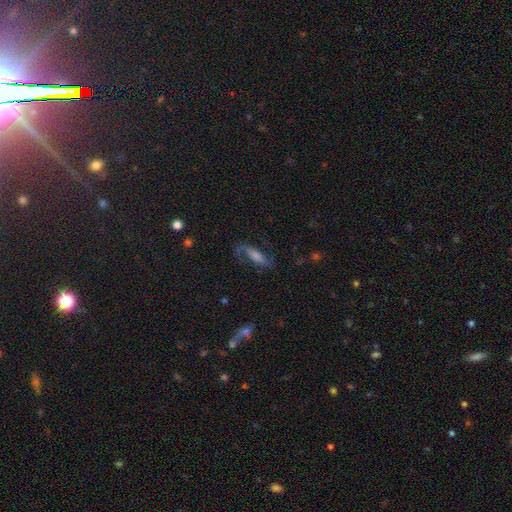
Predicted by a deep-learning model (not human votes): A featured or disk galaxy (73%) with a weak bar (36%), 2 (88%) loose (52%) spiral arms (94%) and a moderate central bulge (28%). Merging: none (69%).